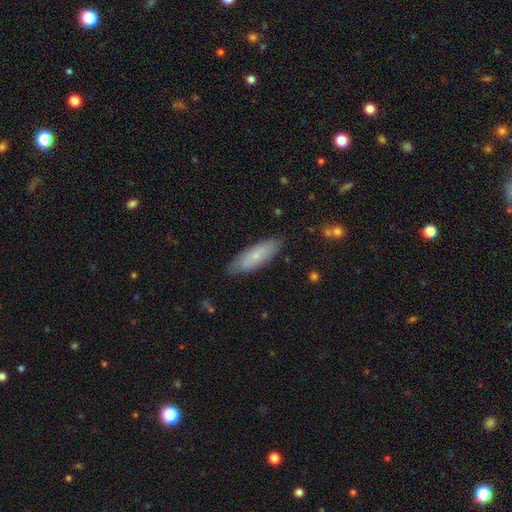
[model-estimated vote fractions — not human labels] smooth-or-featured: smooth: 69% | featured or disk: 24% | star or artifact: 6%
  how-rounded: in between: 57% | cigar-shaped: 41% | round: 2%
  merging: none: 81% | minor disturbance: 15% | major disturbance: 3% | merger: 1%